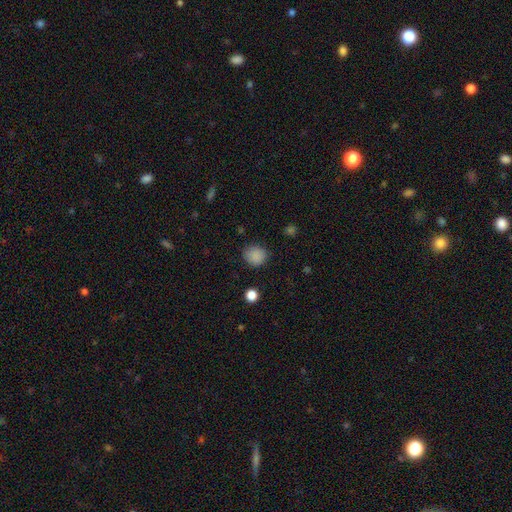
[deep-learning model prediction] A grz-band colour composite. It shows a smooth galaxy with no disk features (86%) that is round (81%). Merging: none (84%).